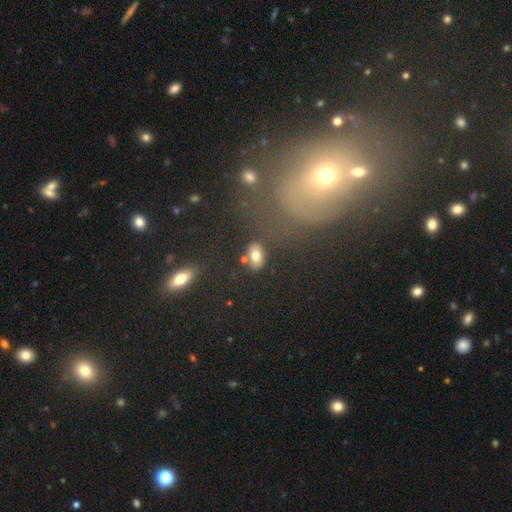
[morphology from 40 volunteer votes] smooth 82%, featured or disk 12%, star or artifact 5%. Down the decision tree: how rounded — in between (79%); merging — none (82%).